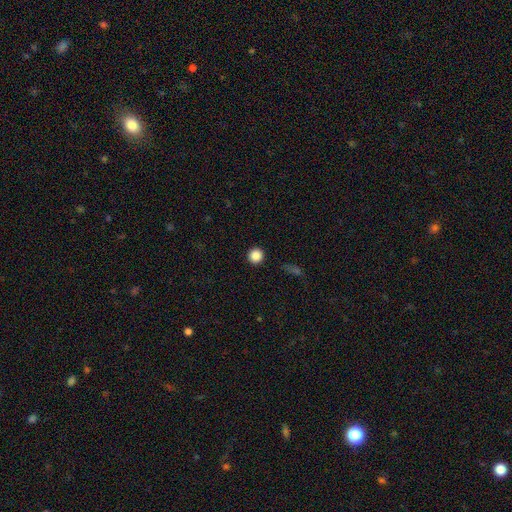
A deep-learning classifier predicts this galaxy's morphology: smooth-or-featured: smooth: 87% | star or artifact: 10% | featured or disk: 3%
  how-rounded: round: 96% | in between: 3% | cigar-shaped: 1%
  merging: none: 93% | minor disturbance: 4% | major disturbance: 2% | merger: 1%